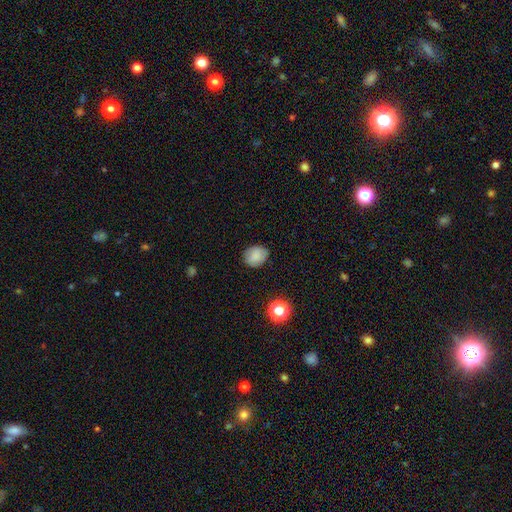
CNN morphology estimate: Q: Smooth or featured?
A: smooth (83%); runner-up: star or artifact (10%)
Q: How rounded?
A: round (65%); runner-up: in between (34%)
Q: Merging?
A: none (81%); runner-up: minor disturbance (15%)